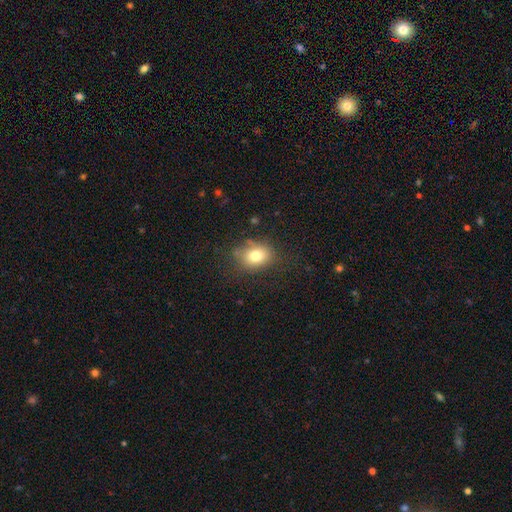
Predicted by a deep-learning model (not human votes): A smooth galaxy with no disk features (78%) that is in between round and cigar-shaped (57%).

Vote fractions:
- Smooth or featured? smooth: 78% / star or artifact: 11% / featured or disk: 11%
- How rounded? in between: 57% / round: 42% / cigar-shaped: 1%
- Merging? none: 75% / minor disturbance: 17% / major disturbance: 6% / merger: 2%